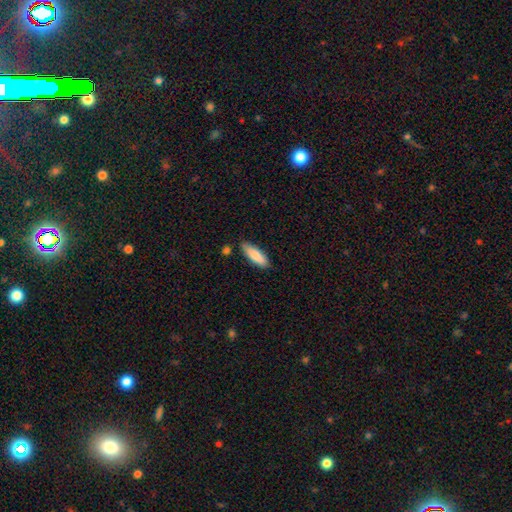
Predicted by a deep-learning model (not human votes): A smooth galaxy with no disk features (81%) that is in between round and cigar-shaped (53%). Merging: none (79%).